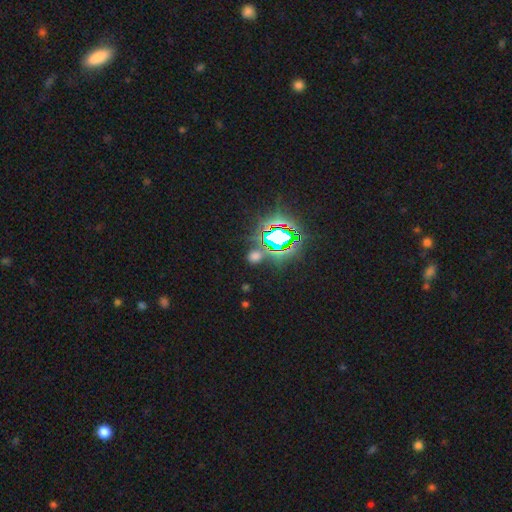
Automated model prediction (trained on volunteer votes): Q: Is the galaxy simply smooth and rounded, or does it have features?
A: star or artifact — 55%.